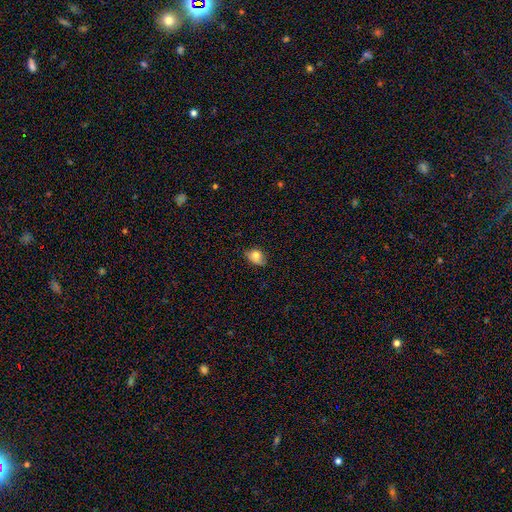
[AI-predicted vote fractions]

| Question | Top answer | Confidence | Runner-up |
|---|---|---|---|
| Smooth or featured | smooth | 79% | featured or disk (11%) |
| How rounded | in between | 59% | round (40%) |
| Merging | none | 58% | minor disturbance (33%) |